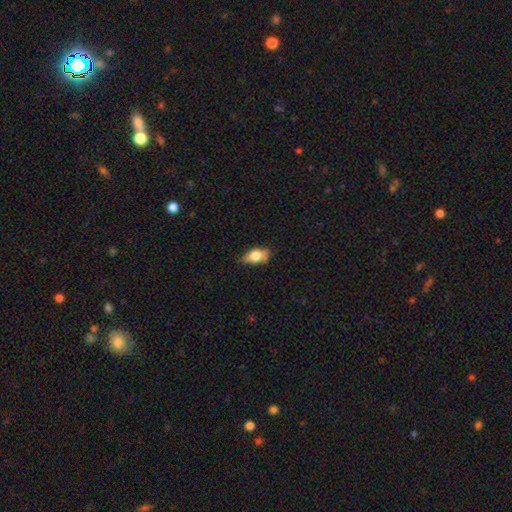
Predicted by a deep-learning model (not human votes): Smooth or featured? Predicted: smooth (p=0.67). How rounded? Predicted: in between (p=0.85). Merging? Predicted: none (p=0.66).